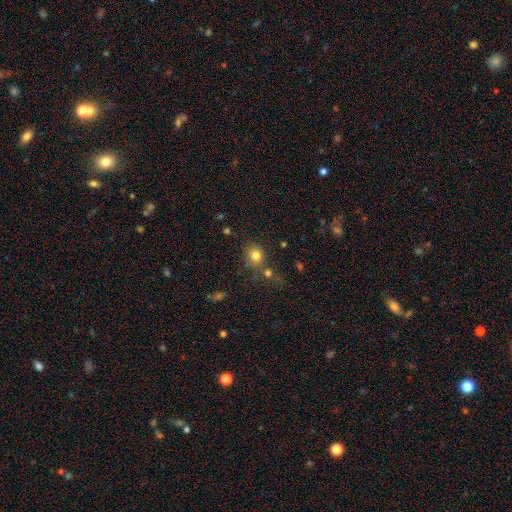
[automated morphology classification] type=smooth (80%); roundness=round (70%); merging=none (66%).